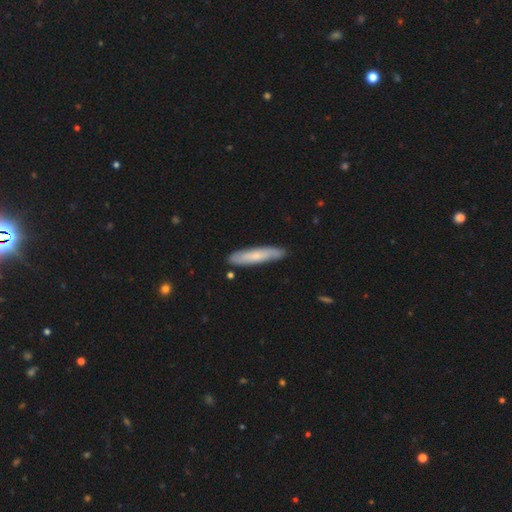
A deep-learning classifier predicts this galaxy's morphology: Smooth or featured?
  - smooth: 61% *
  - featured or disk: 34%
  - star or artifact: 5%
How rounded?
  - cigar-shaped: 87% *
  - in between: 12%
  - round: 1%
Merging?
  - none: 84% *
  - minor disturbance: 12%
  - major disturbance: 2%
  - merger: 2%